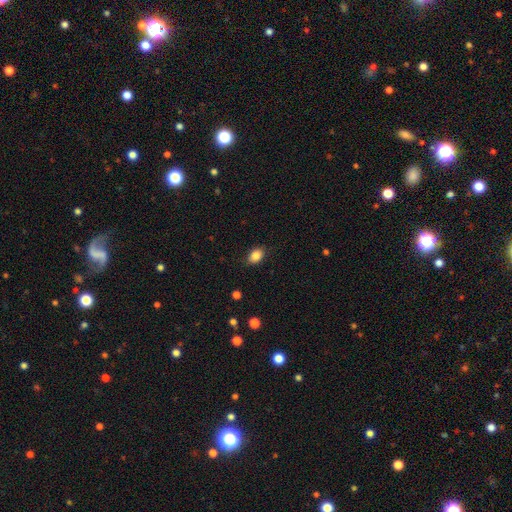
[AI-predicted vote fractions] Q: Smooth or featured?
A: smooth (86%); runner-up: star or artifact (9%)
Q: How rounded?
A: in between (79%); runner-up: round (20%)
Q: Merging?
A: none (84%); runner-up: minor disturbance (12%)